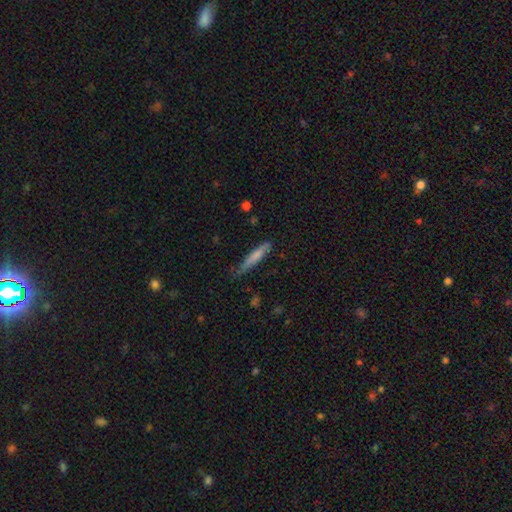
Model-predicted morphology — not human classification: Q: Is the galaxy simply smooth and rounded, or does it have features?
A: smooth — 72%.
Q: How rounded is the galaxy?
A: cigar-shaped — 92%.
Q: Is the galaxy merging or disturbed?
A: none — 68%.